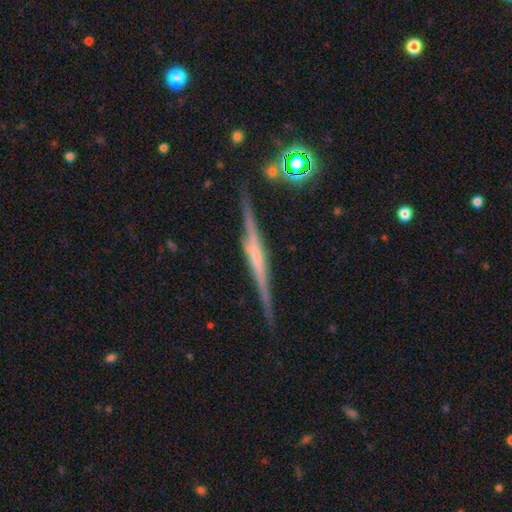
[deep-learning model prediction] Morphology: type=featured or disk (80%); edge-on=yes (98%); edge-on bulge=none (37%); merging=none (87%).